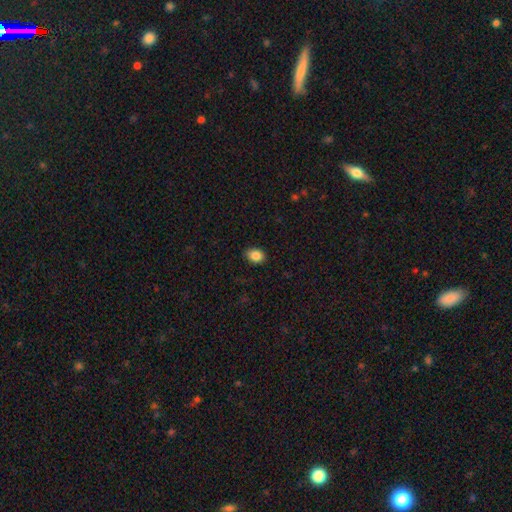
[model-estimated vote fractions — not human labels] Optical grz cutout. It shows a smooth galaxy with no disk features (86%) that is in between round and cigar-shaped (64%). Merging: none (83%).